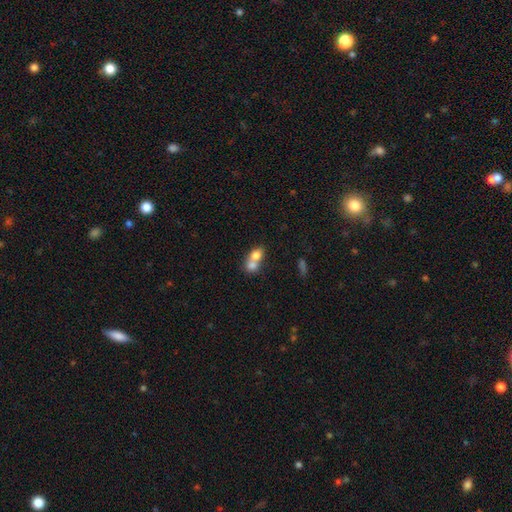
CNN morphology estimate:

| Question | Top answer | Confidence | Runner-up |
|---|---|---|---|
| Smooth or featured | smooth | 73% | featured or disk (18%) |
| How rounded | round | 50% | in between (48%) |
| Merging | merger | 74% | none (18%) |